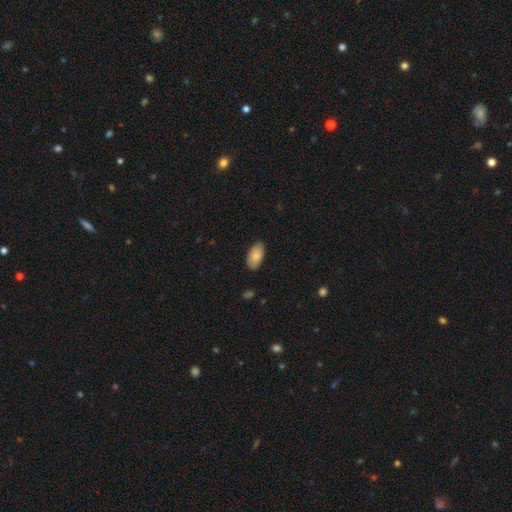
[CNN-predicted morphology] The model was most divided on "merging": none: 82%, minor disturbance: 15%, major disturbance: 2%, merger: 1%. More confident: how rounded — in between (95%); smooth or featured — smooth (81%).